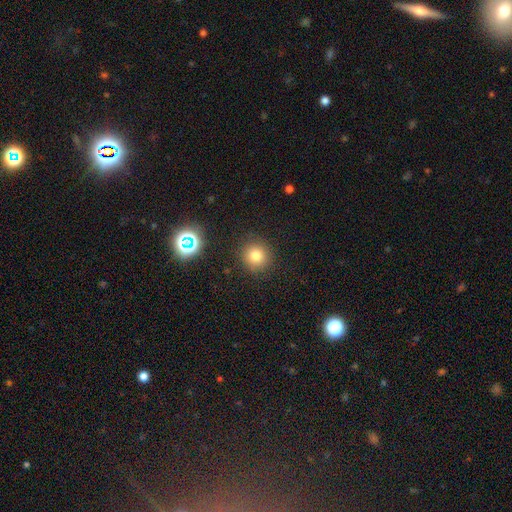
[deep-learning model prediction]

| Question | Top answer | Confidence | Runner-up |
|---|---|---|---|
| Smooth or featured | smooth | 78% | star or artifact (15%) |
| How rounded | round | 93% | in between (6%) |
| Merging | none | 89% | minor disturbance (7%) |